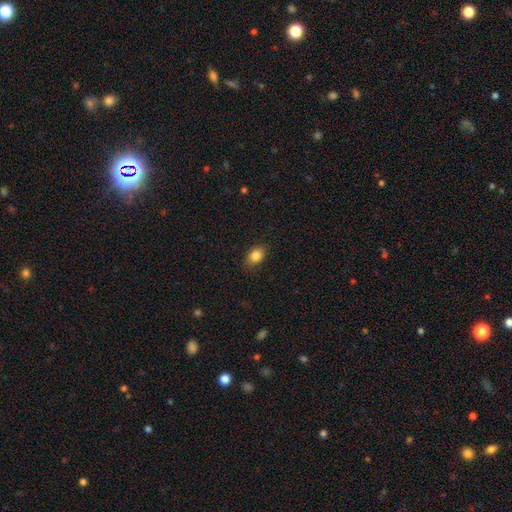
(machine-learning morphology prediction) Smooth or featured? Predicted: smooth (p=0.84). How rounded? Predicted: in between (p=0.81). Merging? Predicted: none (p=0.86).